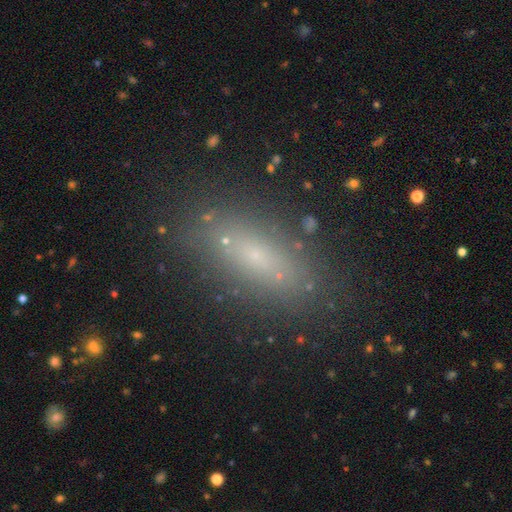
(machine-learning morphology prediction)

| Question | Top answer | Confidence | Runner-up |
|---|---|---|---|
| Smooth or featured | smooth | 61% | featured or disk (23%) |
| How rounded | in between | 55% | cigar-shaped (40%) |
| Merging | none | 80% | minor disturbance (12%) |